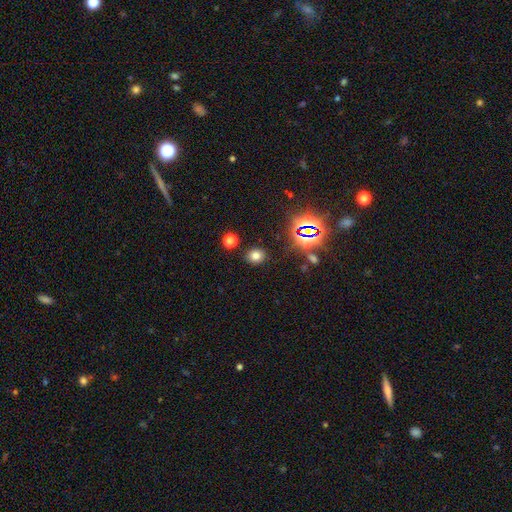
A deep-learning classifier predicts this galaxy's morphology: This is likely a smooth galaxy (72%). How rounded: likely round (67%). Merging: clearly none (86%).